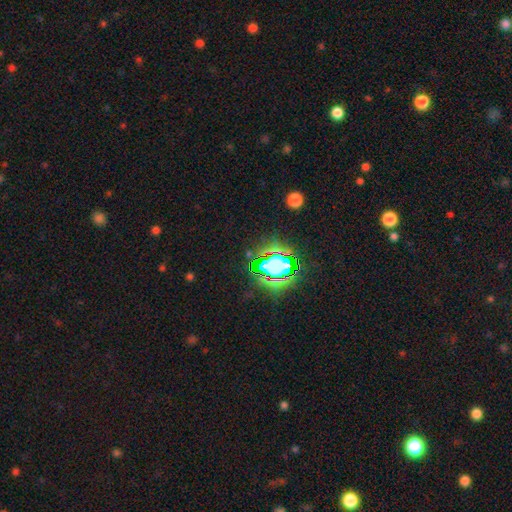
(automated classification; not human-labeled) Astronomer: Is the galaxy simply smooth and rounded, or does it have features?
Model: star or artifact — 80%.